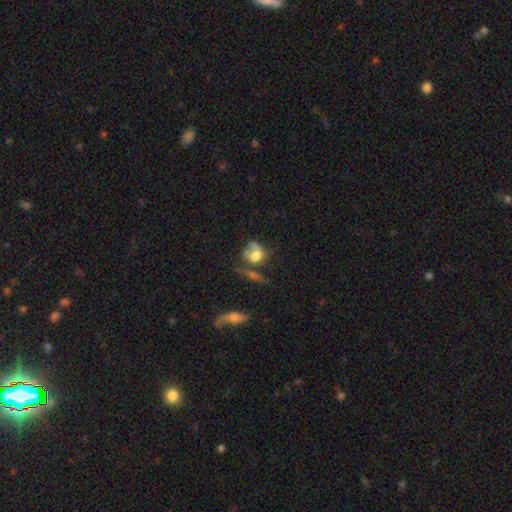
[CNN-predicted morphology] A smooth galaxy with no disk features (60%) that is round (48%, tied with in between). Merging: major disturbance (29%).